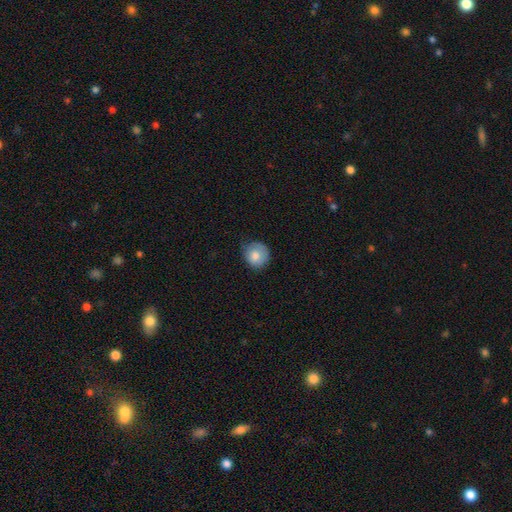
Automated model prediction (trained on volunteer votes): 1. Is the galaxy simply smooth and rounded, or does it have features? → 79% smooth, 14% featured or disk, 7% star or artifact.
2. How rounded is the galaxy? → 82% round, 17% in between, 1% cigar-shaped.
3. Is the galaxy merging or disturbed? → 61% none, 29% minor disturbance, 9% major disturbance, 1% merger.